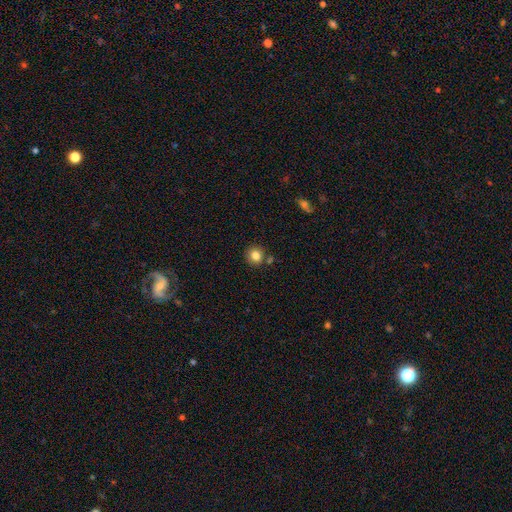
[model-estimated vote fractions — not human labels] smooth 83%, star or artifact 11%, featured or disk 6%. Down the decision tree: how rounded — round (87%); merging — none (79%).